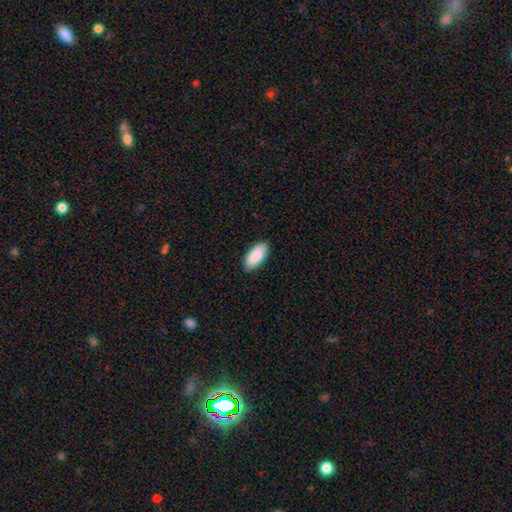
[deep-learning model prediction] A smooth galaxy with no disk features (90%) that is in between round and cigar-shaped (92%). Merging: none (87%).